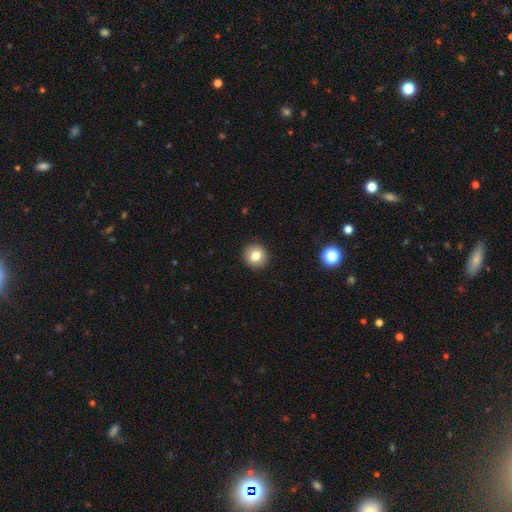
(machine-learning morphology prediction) smooth_or_featured: smooth (p=0.81) [alt: featured or disk p=0.10]
how_rounded: round (p=0.91) [alt: in between p=0.08]
merging: none (p=0.92) [alt: minor disturbance p=0.05]